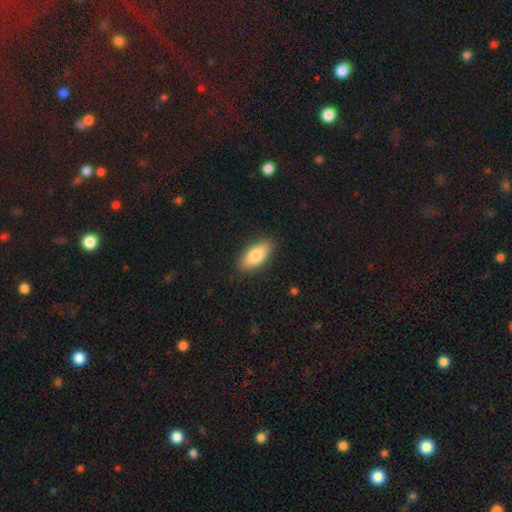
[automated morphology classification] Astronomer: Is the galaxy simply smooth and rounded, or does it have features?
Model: smooth — 80%.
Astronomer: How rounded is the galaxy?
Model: in between — 87%.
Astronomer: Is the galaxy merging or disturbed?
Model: none — 87%.